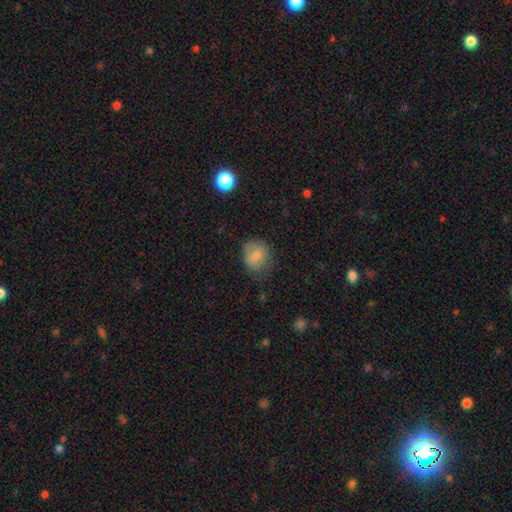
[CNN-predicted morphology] type=smooth (76%); roundness=round (60%); merging=none (59%).